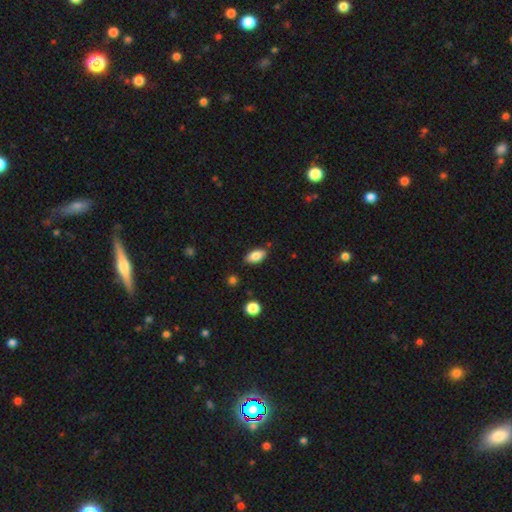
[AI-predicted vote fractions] Smooth or featured? smooth (84%)
How rounded? in between (91%)
Merging? none (83%)